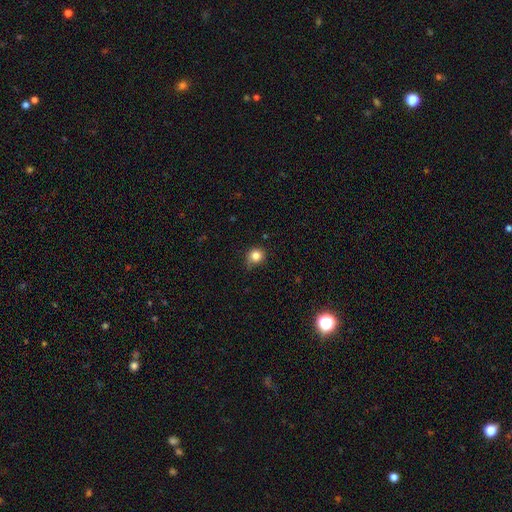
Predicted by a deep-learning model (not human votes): This is clearly a smooth galaxy (82%). How rounded: clearly round (88%). Merging: likely none (67%).